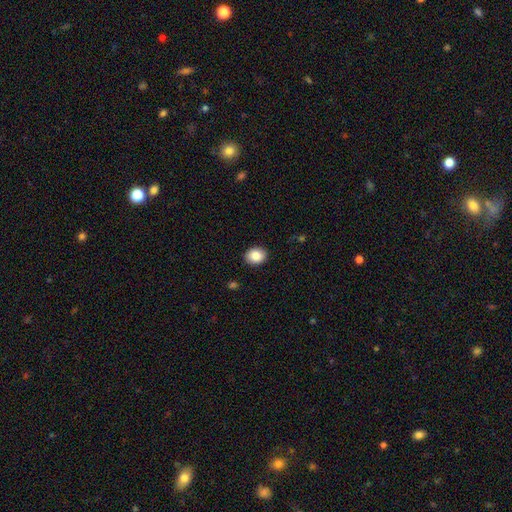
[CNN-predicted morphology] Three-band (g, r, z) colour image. It shows a smooth galaxy with no disk features (86%) that is in between round and cigar-shaped (51%). Merging: none (90%).